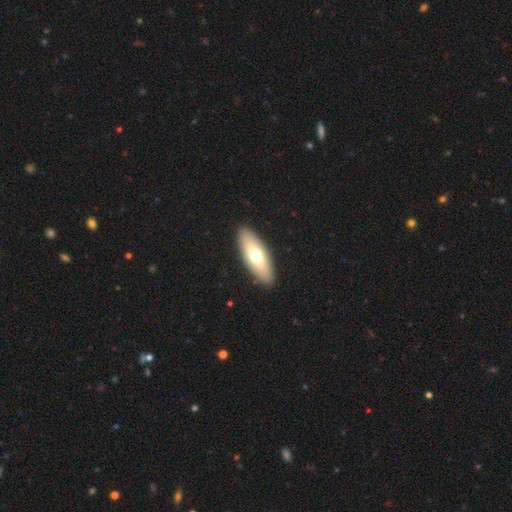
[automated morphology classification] smooth-or-featured: smooth: 66% | featured or disk: 29% | star or artifact: 6%
  how-rounded: in between: 65% | cigar-shaped: 33% | round: 2%
  merging: none: 90% | minor disturbance: 7% | major disturbance: 2% | merger: 1%